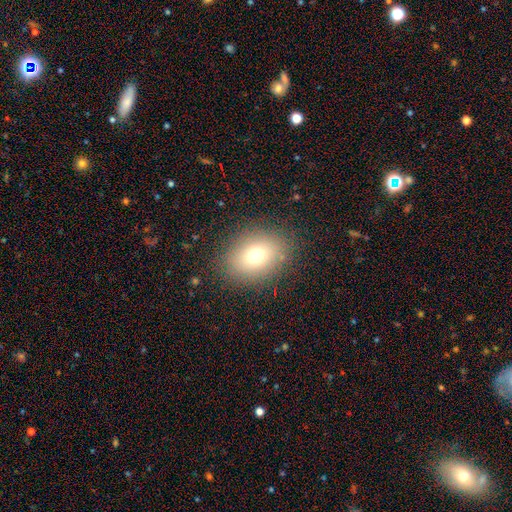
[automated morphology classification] Smooth or featured? Predicted: smooth (p=0.72). How rounded? Predicted: in between (p=0.61). Merging? Predicted: none (p=0.84).